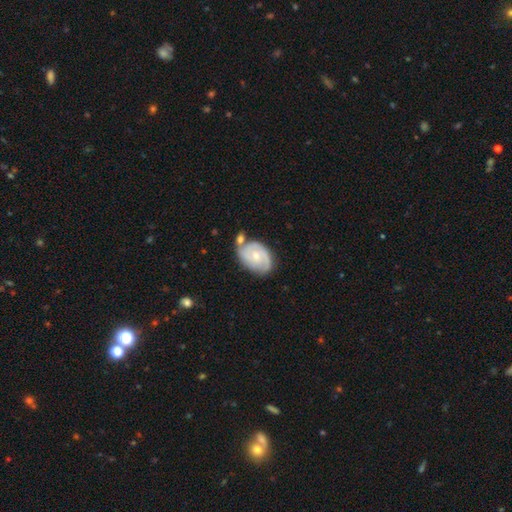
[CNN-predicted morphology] featured or disk 68%, smooth 26%, star or artifact 6%. Down the decision tree: edge-on disk — no (97%); bar — no (64%); spiral arms — yes (89%); spiral arm count — 2 (53%); spiral winding — tight (53%); bulge size — small (57%); merging — none (53%).